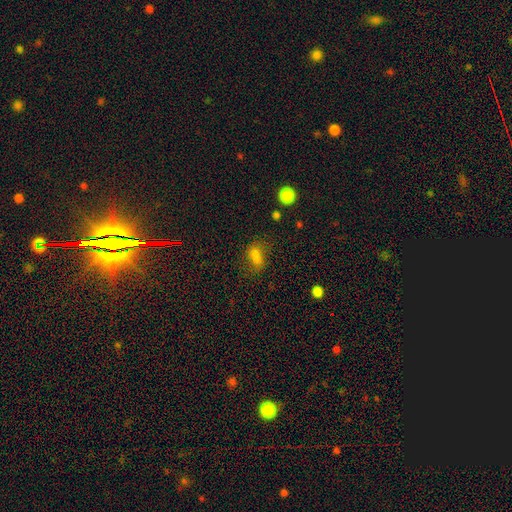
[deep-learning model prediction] Smooth or featured? smooth (71%)
How rounded? in between (73%)
Merging? none (53%)